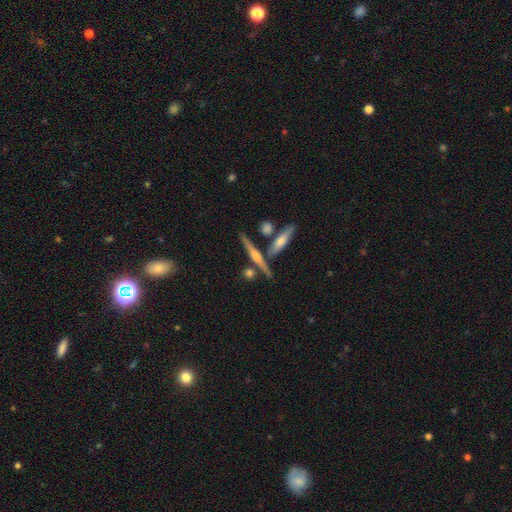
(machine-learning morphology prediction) This appears to be a featured or disk galaxy (64%) viewed edge-on (95%) with a rounded central bulge (73%). Merging: none (74%).